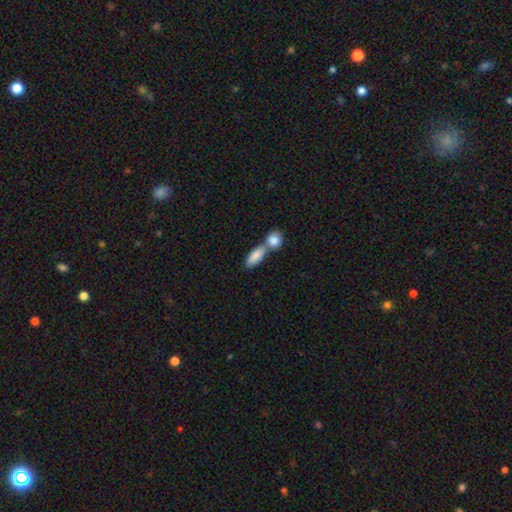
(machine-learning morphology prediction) Overall: smooth (85%). How rounded: in between (76%). Merging: merger (59%; none 30%).